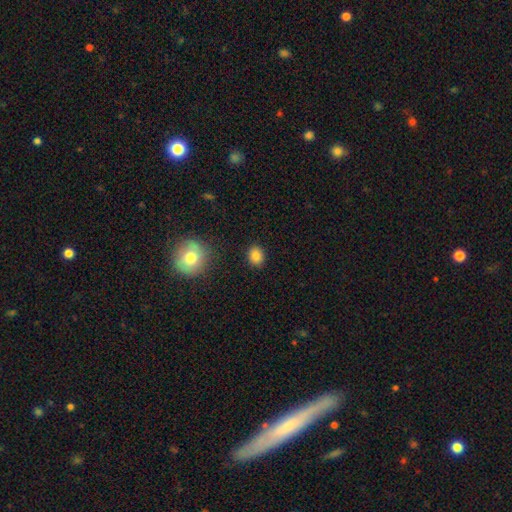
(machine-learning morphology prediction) A smooth galaxy with no disk features (85%) that is round (59%). Merging: none (88%).